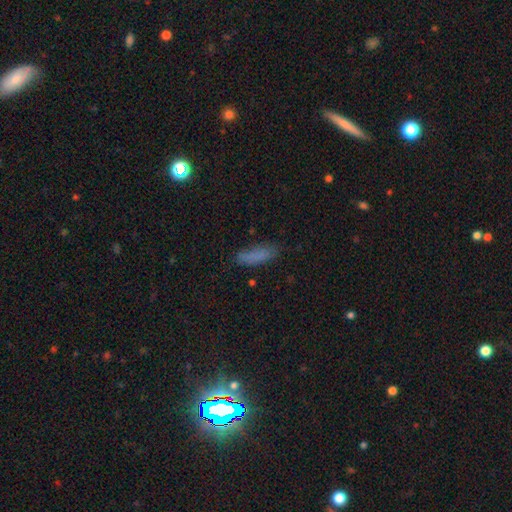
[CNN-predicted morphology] This is clearly a smooth galaxy (80%). How rounded: possibly cigar-shaped (56%). Merging: likely none (76%).